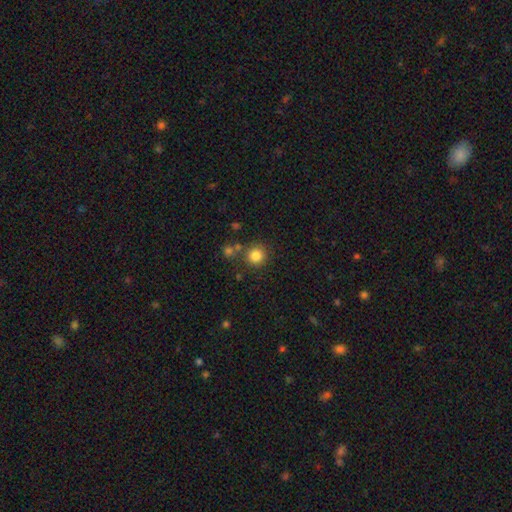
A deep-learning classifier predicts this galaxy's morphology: This appears to be a smooth galaxy with no disk features (83%) that is round (93%). Merging: none (79%).